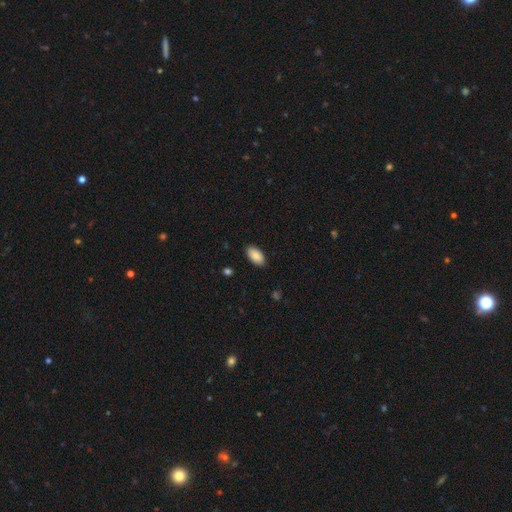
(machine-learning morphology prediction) Smooth or featured?
  - smooth: 86% *
  - featured or disk: 7%
  - star or artifact: 7%
How rounded?
  - in between: 95% *
  - cigar-shaped: 3%
  - round: 2%
Merging?
  - none: 87% *
  - minor disturbance: 10%
  - major disturbance: 2%
  - merger: 1%